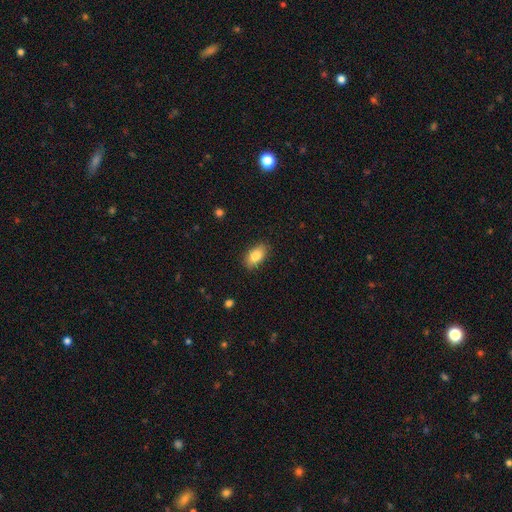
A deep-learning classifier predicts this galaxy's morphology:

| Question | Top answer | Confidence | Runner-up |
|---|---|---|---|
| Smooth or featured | smooth | 85% | featured or disk (8%) |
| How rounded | in between | 91% | round (5%) |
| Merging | none | 87% | minor disturbance (10%) |